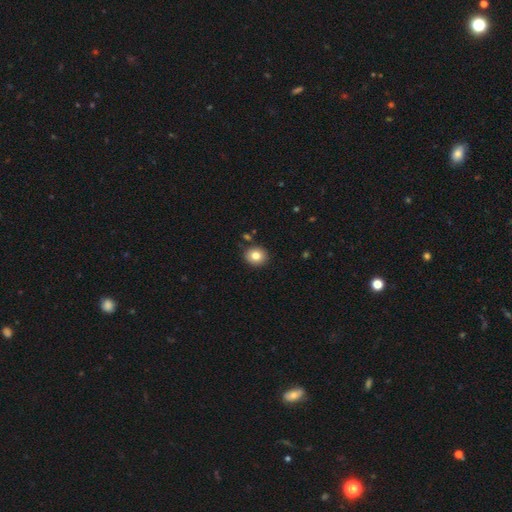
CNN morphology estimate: A smooth galaxy with no disk features (81%) that is round (74%). Merging: none (88%).